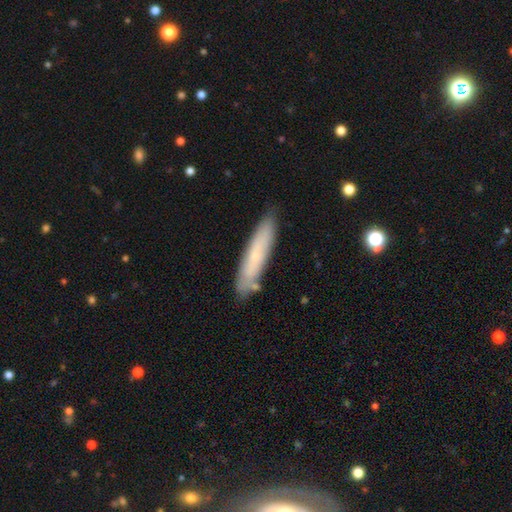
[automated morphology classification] type=smooth (61%); roundness=cigar-shaped (83%); merging=none (80%).